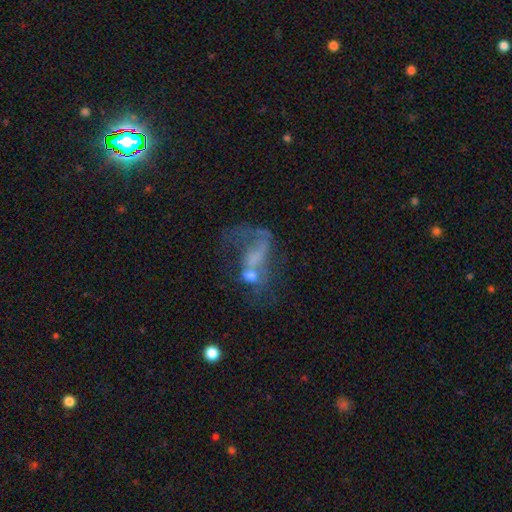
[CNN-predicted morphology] Smooth or featured: featured or disk — 52% (smooth — 33%)
Edge-on disk: no — 96% (yes — 4%)
Merging: merger — 42% (major disturbance — 35%)